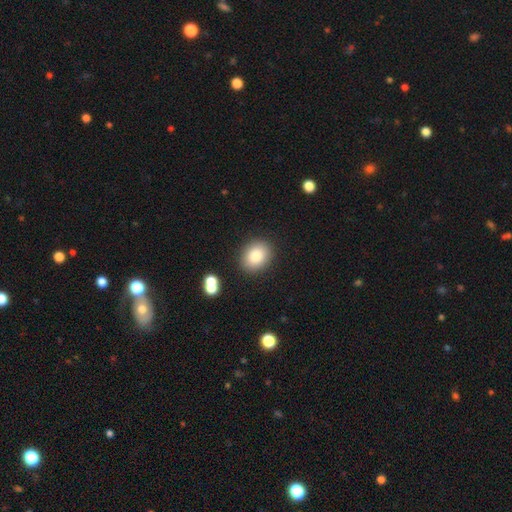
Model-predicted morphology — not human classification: A smooth galaxy with no disk features (84%) that is in between round and cigar-shaped (51%). Merging: none (87%).